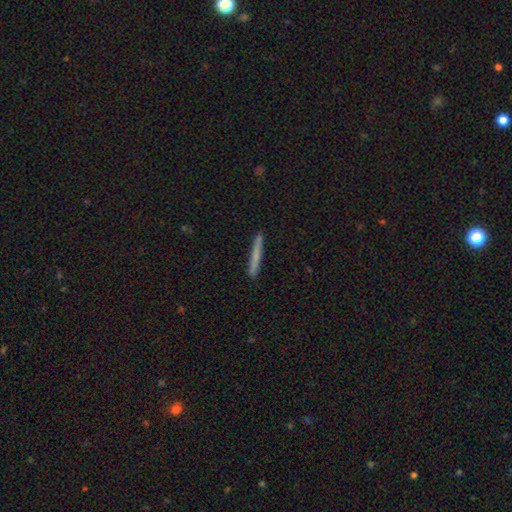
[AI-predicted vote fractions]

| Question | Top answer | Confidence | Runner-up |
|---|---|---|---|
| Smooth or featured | smooth | 69% | featured or disk (26%) |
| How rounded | cigar-shaped | 97% | in between (2%) |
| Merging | none | 91% | minor disturbance (7%) |